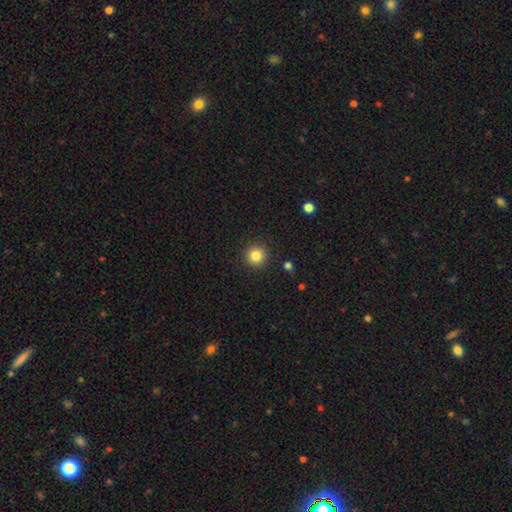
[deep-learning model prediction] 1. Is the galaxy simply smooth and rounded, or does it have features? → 84% smooth, 11% star or artifact, 6% featured or disk.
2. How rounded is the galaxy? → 94% round, 5% in between, 1% cigar-shaped.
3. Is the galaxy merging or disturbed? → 92% none, 5% minor disturbance, 2% major disturbance, 1% merger.